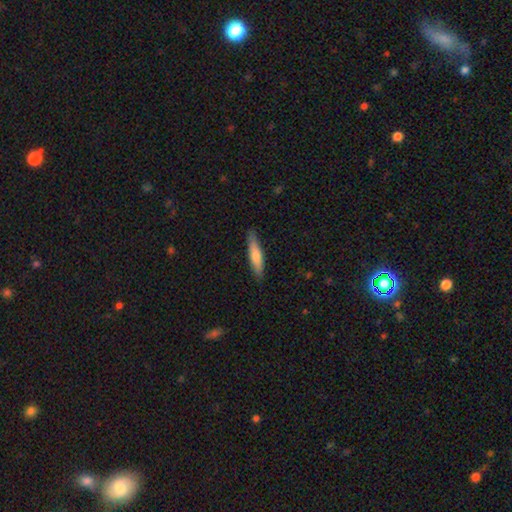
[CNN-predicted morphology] Smooth or featured? smooth (68%)
How rounded? cigar-shaped (83%)
Merging? none (87%)